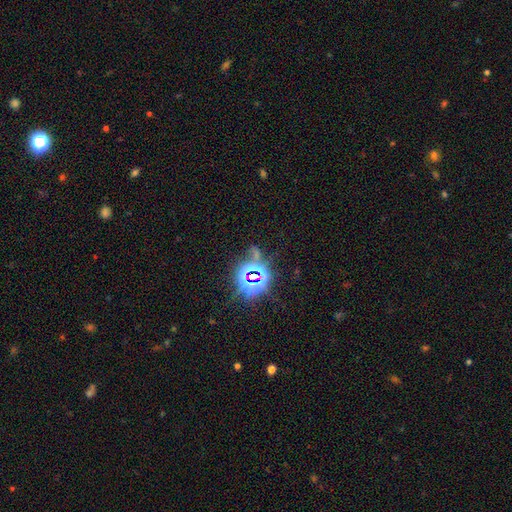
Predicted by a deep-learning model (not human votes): smooth_or_featured: star or artifact (p=0.81) [alt: smooth p=0.11]